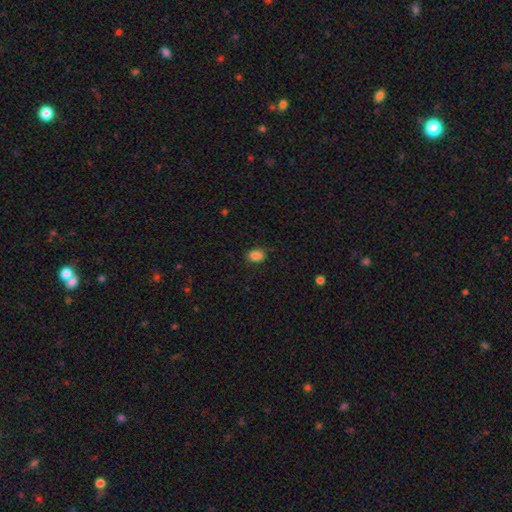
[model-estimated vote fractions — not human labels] Smooth or featured?
  - smooth: 85% *
  - star or artifact: 11%
  - featured or disk: 5%
How rounded?
  - in between: 77% *
  - round: 21%
  - cigar-shaped: 2%
Merging?
  - none: 71% *
  - minor disturbance: 22%
  - major disturbance: 5%
  - merger: 2%